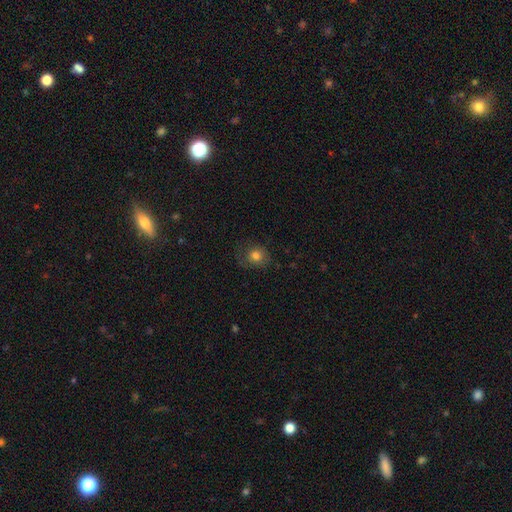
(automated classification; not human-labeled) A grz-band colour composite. It shows a smooth galaxy with no disk features (75%) that is round (73%). Merging: none (65%).